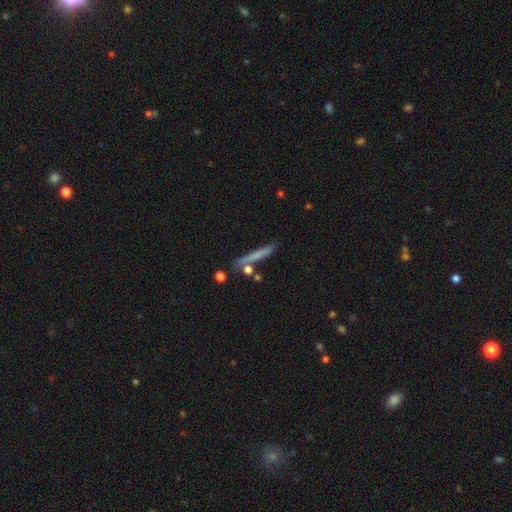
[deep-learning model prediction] smooth-or-featured: smooth: 64% | featured or disk: 28% | star or artifact: 8%
  how-rounded: cigar-shaped: 92% | in between: 5% | round: 3%
  merging: none: 76% | minor disturbance: 12% | merger: 8% | major disturbance: 4%